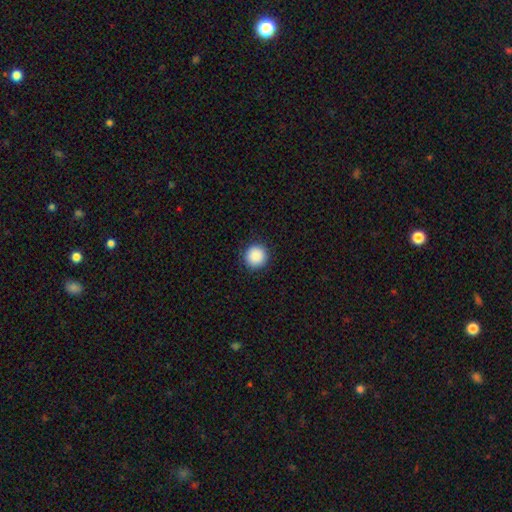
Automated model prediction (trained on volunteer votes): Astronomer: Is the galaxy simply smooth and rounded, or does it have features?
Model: smooth — 89%.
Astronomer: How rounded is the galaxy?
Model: round — 95%.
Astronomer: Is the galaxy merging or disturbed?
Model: none — 92%.